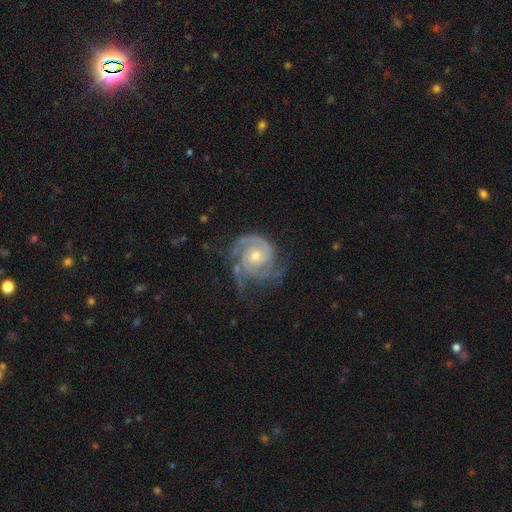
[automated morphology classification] smooth_or_featured: featured or disk (p=0.91) [alt: smooth p=0.05]
disk_edge_on: no (p=0.98) [alt: yes p=0.02]
bar: no (p=0.76) [alt: weak p=0.20]
has_spiral_arms: yes (p=0.98) [alt: no p=0.02]
spiral_winding: tight (p=0.62) [alt: medium p=0.32]
spiral_arm_count: 2 (p=0.44) [alt: 3 p=0.34]
bulge_size: moderate (p=0.49) [alt: small p=0.47]
merging: none (p=0.63) [alt: minor disturbance p=0.22]